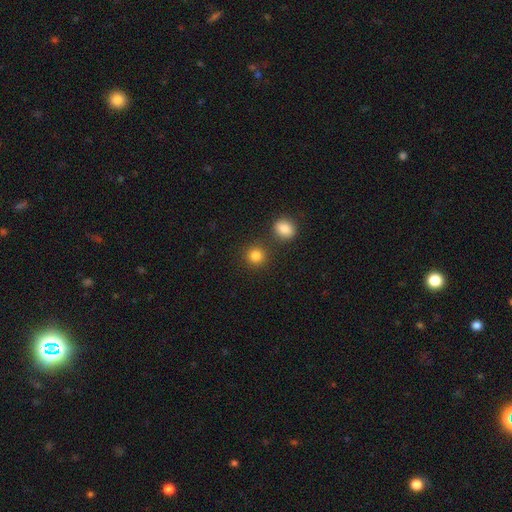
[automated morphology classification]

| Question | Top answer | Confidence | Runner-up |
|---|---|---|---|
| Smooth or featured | smooth | 84% | star or artifact (11%) |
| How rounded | round | 90% | in between (9%) |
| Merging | none | 83% | merger (8%) |